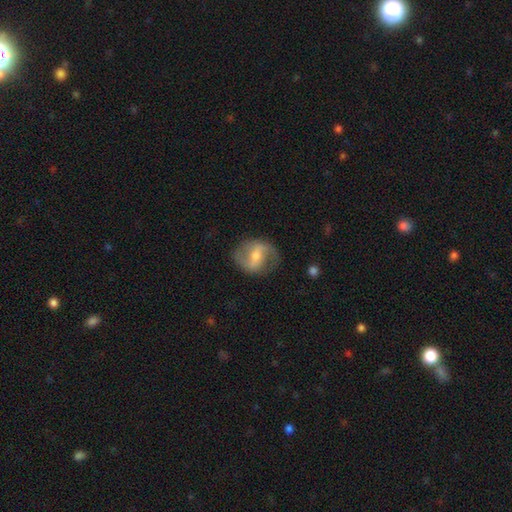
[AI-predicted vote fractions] Smooth or featured?
  - featured or disk: 70% *
  - smooth: 24%
  - star or artifact: 6%
Edge-on disk?
  - no: 96% *
  - yes: 4%
Bar?
  - strong: 44% *
  - weak: 40%
  - no: 15%
Spiral arms?
  - yes: 81% *
  - no: 19%
Spiral winding?
  - medium: 43% *
  - loose: 41%
  - tight: 16%
Spiral arm count?
  - 2: 87% *
  - can't tell: 7%
  - 1: 3%
  - 3: 1%
  - 4: 1%
  - more than 4: 1%
Bulge size?
  - moderate: 51% *
  - small: 39%
  - large: 5%
  - none: 4%
  - dominant: 1%
Merging?
  - none: 76% *
  - minor disturbance: 15%
  - major disturbance: 7%
  - merger: 1%